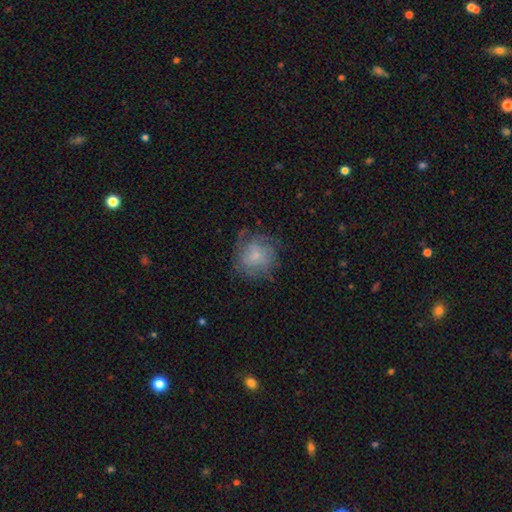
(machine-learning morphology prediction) The model was most divided on "smooth or featured": featured or disk: 50%, smooth: 41%, star or artifact: 9%. More confident: merging — none (61%).